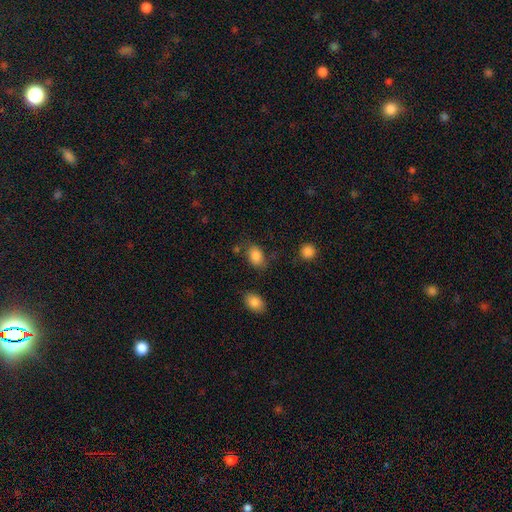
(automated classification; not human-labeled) A smooth galaxy with no disk features (85%) that is in between round and cigar-shaped (81%). Merging: none (71%).